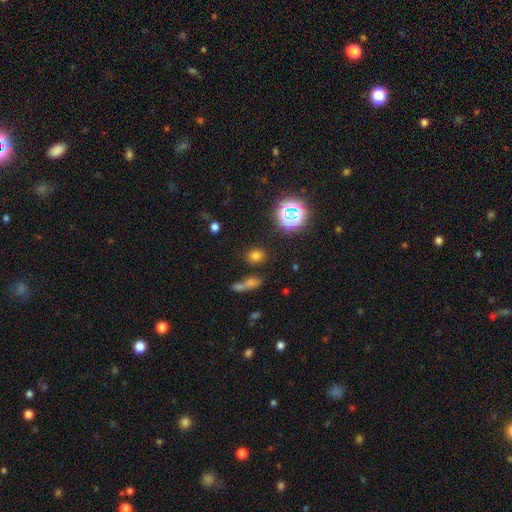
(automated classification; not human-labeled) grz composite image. It shows a smooth galaxy with no disk features (69%) that is round (58%). Merging: none (79%).